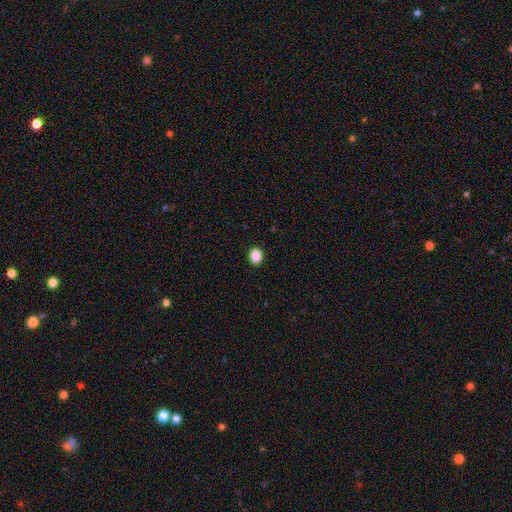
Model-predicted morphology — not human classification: Smooth or featured? smooth (89%)
How rounded? in between (65%)
Merging? none (91%)